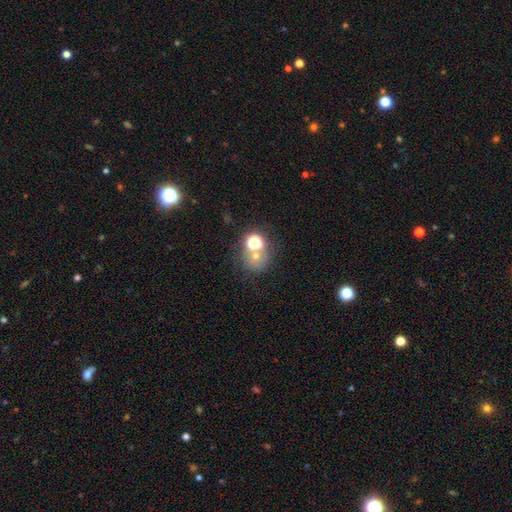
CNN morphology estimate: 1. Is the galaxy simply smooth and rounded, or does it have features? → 51% smooth, 33% star or artifact, 17% featured or disk.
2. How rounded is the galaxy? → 79% round, 20% in between, 1% cigar-shaped.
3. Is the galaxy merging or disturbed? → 53% none, 28% merger, 11% minor disturbance, 8% major disturbance.